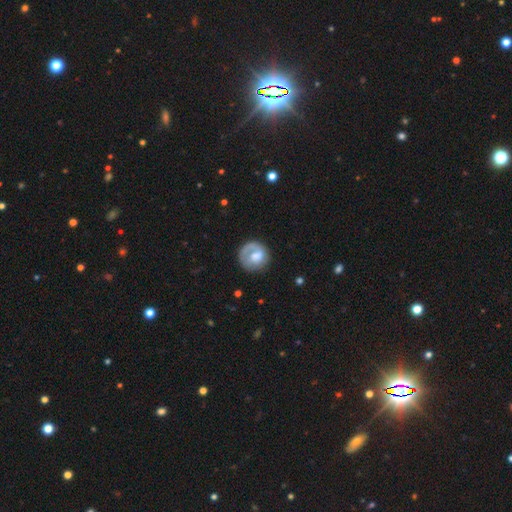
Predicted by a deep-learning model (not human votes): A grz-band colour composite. It shows a smooth galaxy with no disk features (52%) that is round (88%). Merging: none (67%).